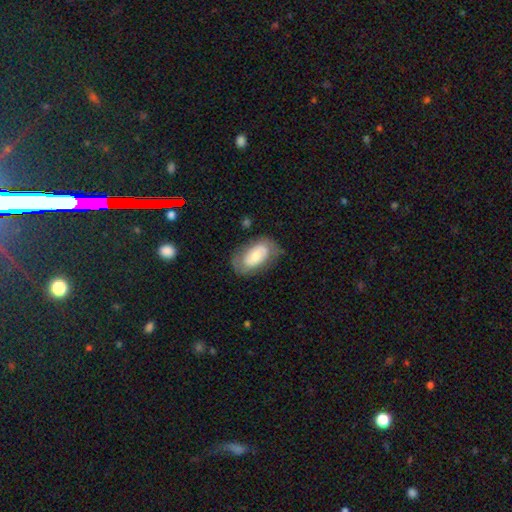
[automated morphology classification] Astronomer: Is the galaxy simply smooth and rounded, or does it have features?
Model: featured or disk — 50% (runner-up: smooth, 43%).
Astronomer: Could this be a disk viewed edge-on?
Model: no — 94%.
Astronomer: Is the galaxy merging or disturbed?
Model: none — 71%.